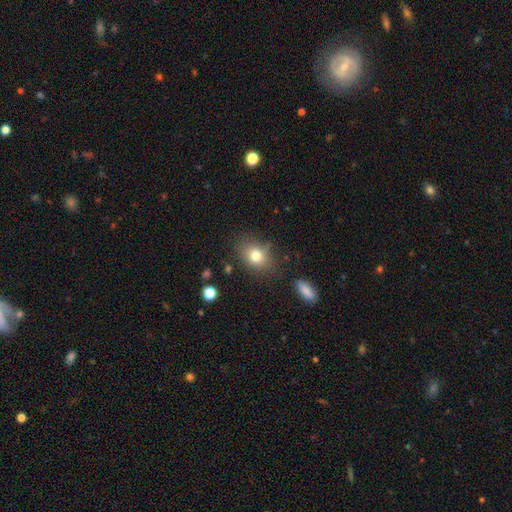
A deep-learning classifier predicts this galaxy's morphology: smooth_or_featured: smooth (p=0.78) [alt: star or artifact p=0.11]
how_rounded: in between (p=0.55) [alt: round p=0.44]
merging: none (p=0.79) [alt: minor disturbance p=0.14]